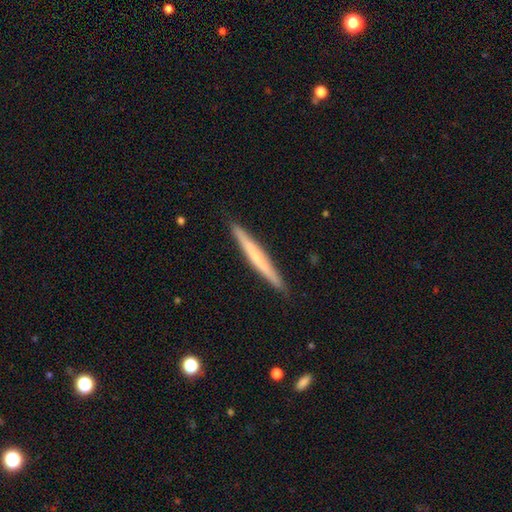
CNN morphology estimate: Overall: smooth (48%; featured or disk 46%). Merging: none (92%).